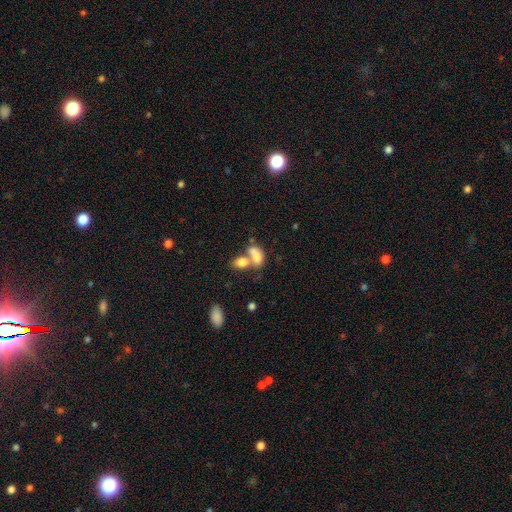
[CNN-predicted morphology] A smooth galaxy with no disk features (73%) that is in between round and cigar-shaped (83%).

Vote fractions:
- Smooth or featured? smooth: 73% / featured or disk: 18% / star or artifact: 9%
- How rounded? in between: 83% / round: 15% / cigar-shaped: 2%
- Merging? merger: 67% / none: 21% / minor disturbance: 7% / major disturbance: 5%